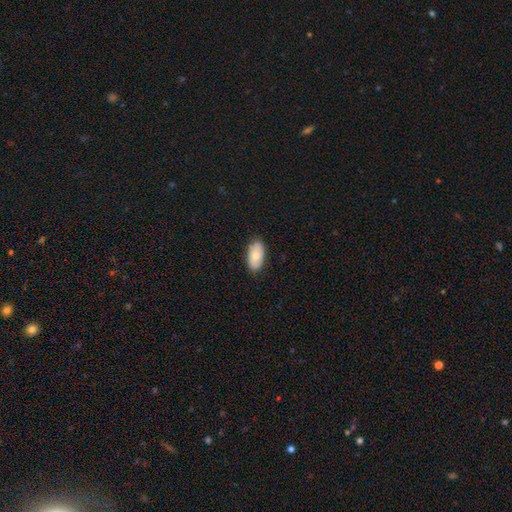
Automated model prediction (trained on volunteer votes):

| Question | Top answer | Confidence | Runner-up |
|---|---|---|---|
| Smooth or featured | smooth | 70% | featured or disk (24%) |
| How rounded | in between | 94% | round (4%) |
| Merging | none | 85% | minor disturbance (12%) |